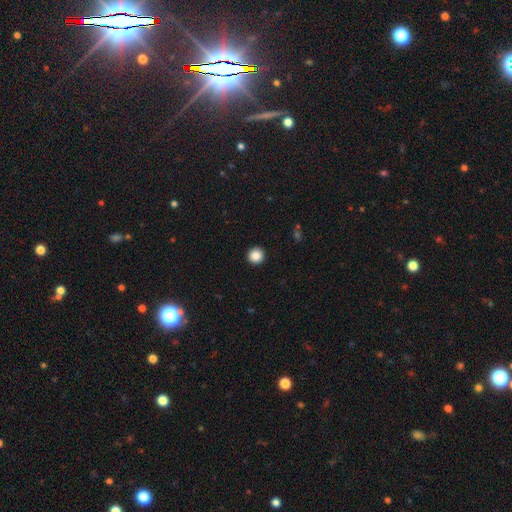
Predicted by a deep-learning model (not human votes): The model was most divided on "smooth or featured": smooth: 87%, star or artifact: 10%, featured or disk: 3%. More confident: how rounded — round (96%); merging — none (94%).